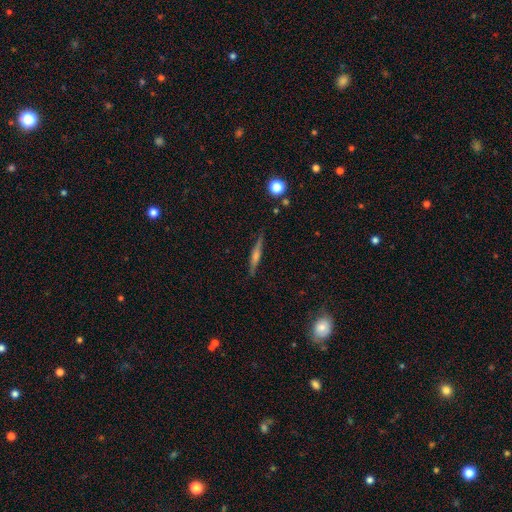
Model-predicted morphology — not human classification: A featured or disk galaxy (68%) viewed edge-on (96%) with a rounded central bulge (77%).

Vote fractions:
- Smooth or featured? featured or disk: 68% / smooth: 23% / star or artifact: 9%
- Edge-on disk? yes: 96% / no: 4%
- Edge-on bulge? rounded: 77% / none: 13% / boxy: 10%
- Merging? none: 88% / minor disturbance: 9% / major disturbance: 2% / merger: 1%